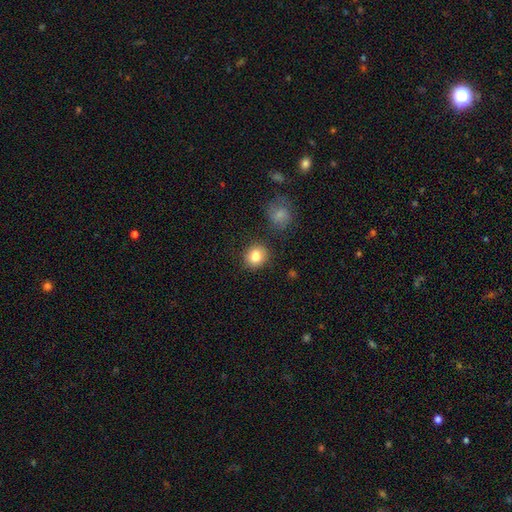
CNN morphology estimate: Smooth or featured: smooth — 83% (star or artifact — 9%)
How rounded: round — 84% (in between — 15%)
Merging: none — 85% (minor disturbance — 9%)